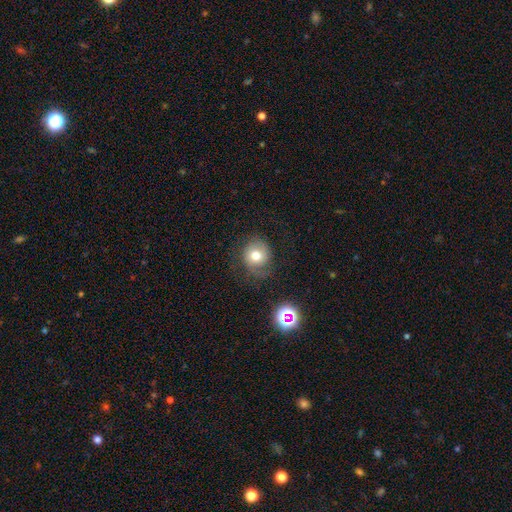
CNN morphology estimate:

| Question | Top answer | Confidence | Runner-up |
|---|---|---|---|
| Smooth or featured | smooth | 64% | featured or disk (23%) |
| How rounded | round | 82% | in between (17%) |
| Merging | none | 61% | minor disturbance (22%) |